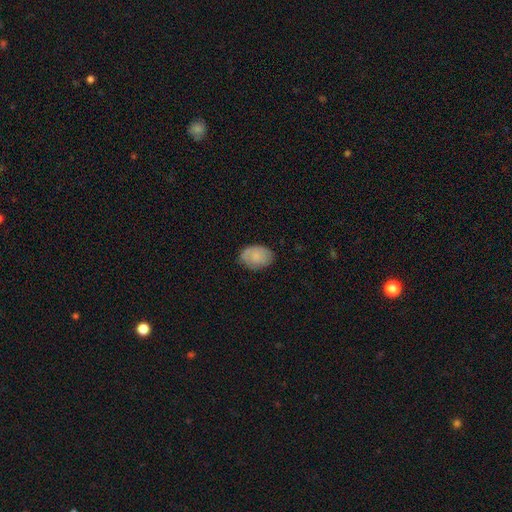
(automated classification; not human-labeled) Smooth or featured? smooth (79%)
How rounded? in between (78%)
Merging? none (76%)